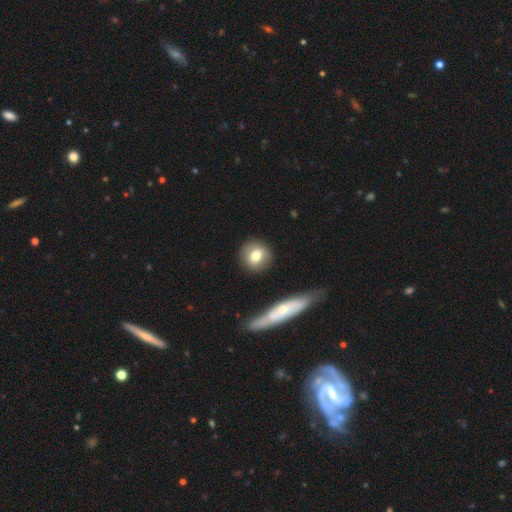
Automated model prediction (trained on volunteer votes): smooth 76%, featured or disk 17%, star or artifact 7%. Down the decision tree: how rounded — round (84%); merging — none (85%).